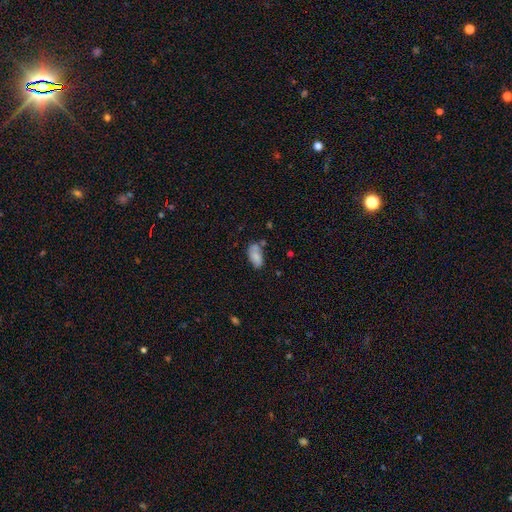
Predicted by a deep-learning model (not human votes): Smooth or featured?
  - smooth: 78% *
  - featured or disk: 14%
  - star or artifact: 9%
How rounded?
  - in between: 92% *
  - round: 4%
  - cigar-shaped: 4%
Merging?
  - none: 50% *
  - minor disturbance: 25%
  - merger: 17%
  - major disturbance: 8%